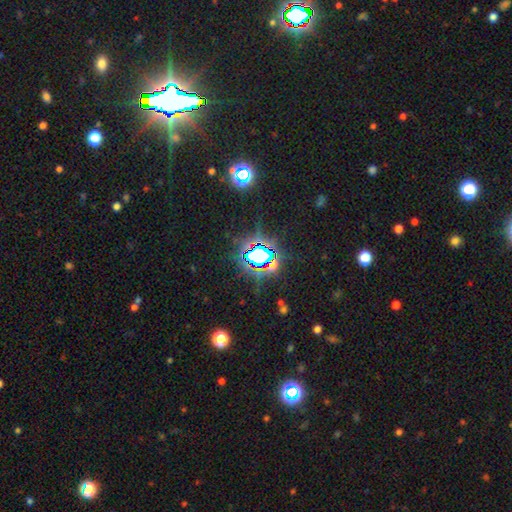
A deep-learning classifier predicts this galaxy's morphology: smooth_or_featured: star or artifact (p=0.83) [alt: smooth p=0.10]